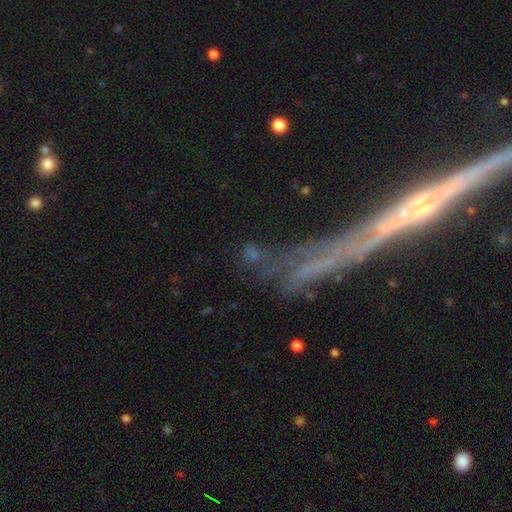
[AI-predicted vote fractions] featured or disk 40%, smooth 35%, star or artifact 26%. Down the decision tree: merging — none (51%).